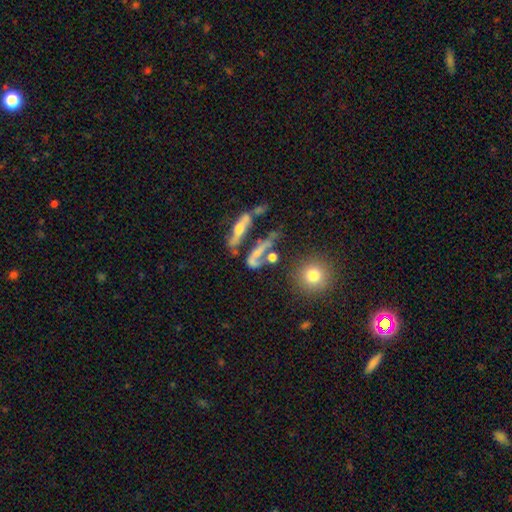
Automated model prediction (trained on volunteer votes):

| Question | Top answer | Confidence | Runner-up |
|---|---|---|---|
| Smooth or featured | featured or disk | 45% | smooth (39%) |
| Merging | merger | 33% | none (29%) |